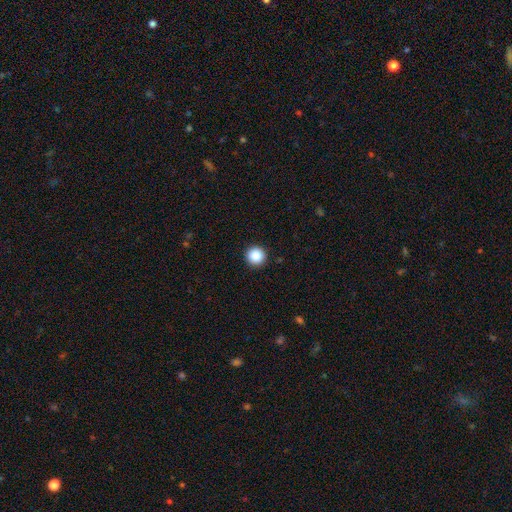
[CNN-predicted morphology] A smooth galaxy with no disk features (88%) that is round (96%). Merging: none (93%).